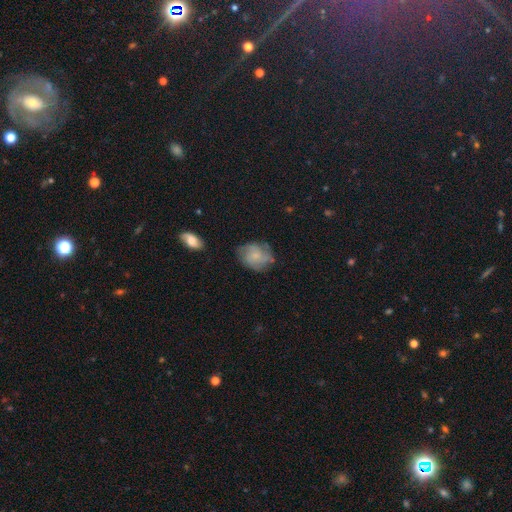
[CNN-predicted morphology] Smooth or featured? smooth (54%)
How rounded? round (54%)
Merging? none (65%)